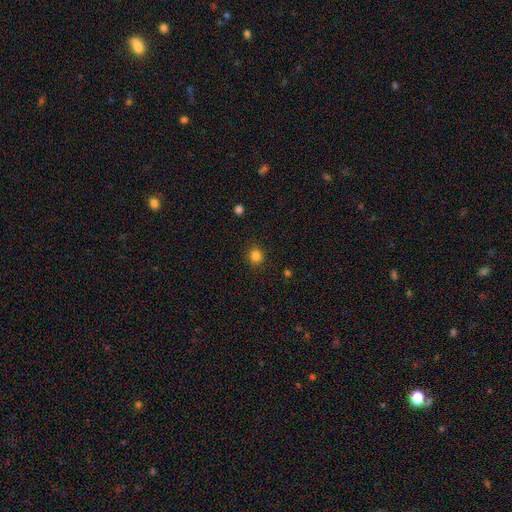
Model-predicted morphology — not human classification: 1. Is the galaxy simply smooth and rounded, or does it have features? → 83% smooth, 12% star or artifact, 4% featured or disk.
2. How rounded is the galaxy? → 87% round, 12% in between, 1% cigar-shaped.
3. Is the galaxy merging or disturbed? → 90% none, 7% minor disturbance, 2% major disturbance, 1% merger.